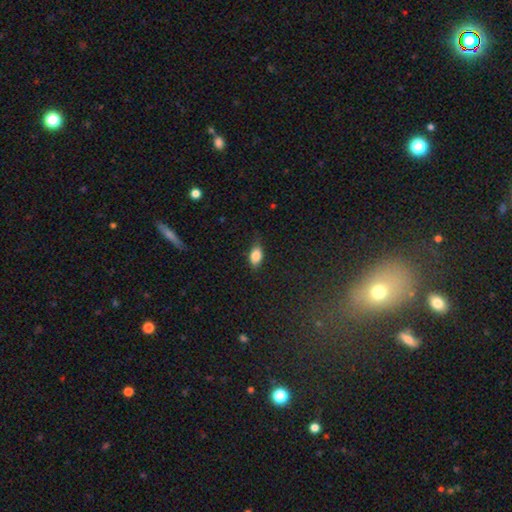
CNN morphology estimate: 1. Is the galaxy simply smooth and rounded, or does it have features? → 83% smooth, 9% featured or disk, 8% star or artifact.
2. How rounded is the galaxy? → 88% in between, 6% round, 5% cigar-shaped.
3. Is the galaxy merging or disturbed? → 73% none, 22% minor disturbance, 4% major disturbance, 1% merger.